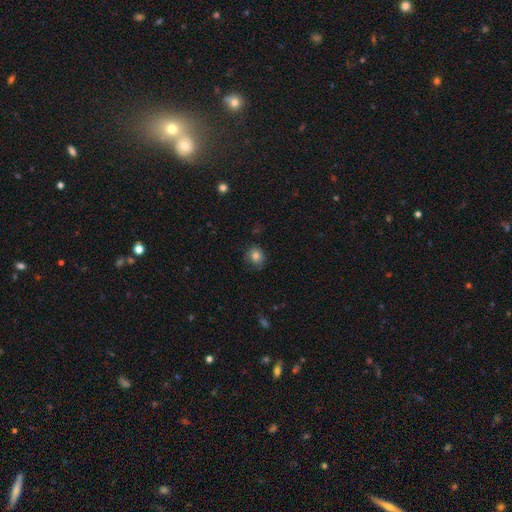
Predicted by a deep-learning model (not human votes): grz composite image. It shows a smooth galaxy with no disk features (82%) that is round (74%). Merging: none (77%).